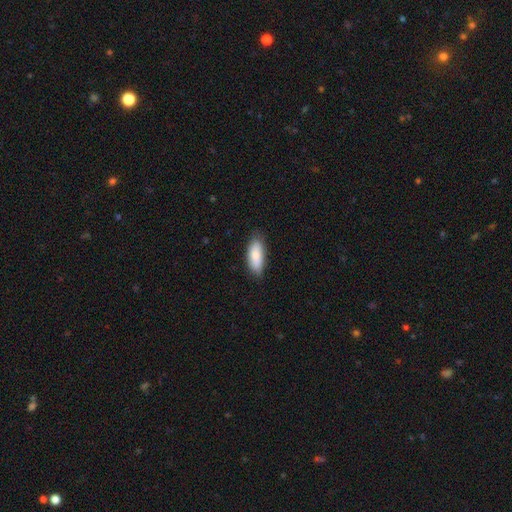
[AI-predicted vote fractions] smooth 83%, featured or disk 11%, star or artifact 6%. Down the decision tree: how rounded — in between (79%); merging — none (79%).